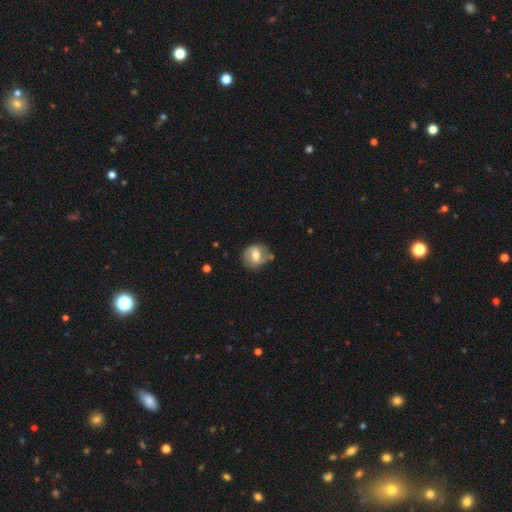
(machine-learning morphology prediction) Overall: smooth (51%; featured or disk 42%). How rounded: round (73%). Merging: none (70%).